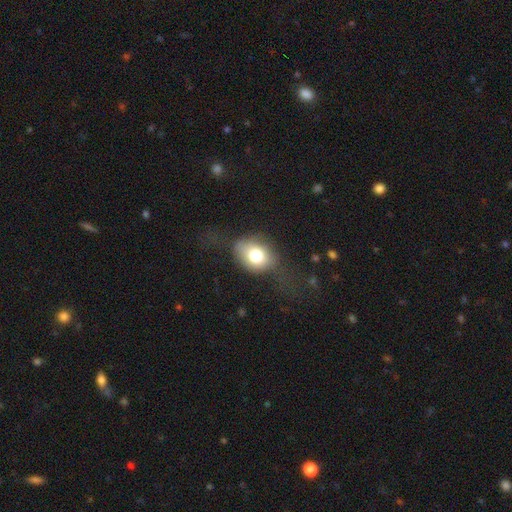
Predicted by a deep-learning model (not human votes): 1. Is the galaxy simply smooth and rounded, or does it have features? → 73% smooth, 18% featured or disk, 9% star or artifact.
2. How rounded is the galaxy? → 61% in between, 38% round, 1% cigar-shaped.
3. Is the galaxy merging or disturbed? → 51% none, 25% minor disturbance, 22% major disturbance, 2% merger.